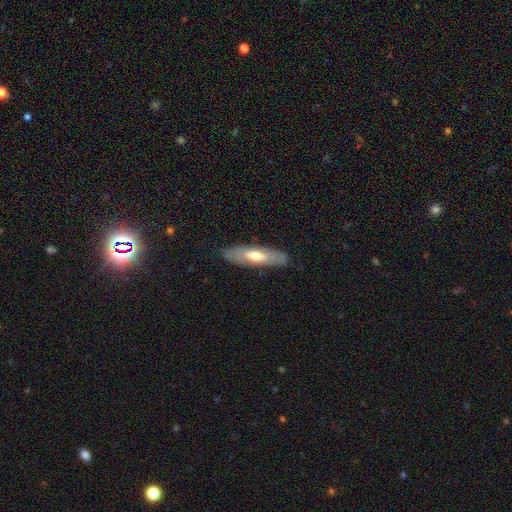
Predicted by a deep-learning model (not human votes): smooth 52%, featured or disk 42%, star or artifact 6%. Down the decision tree: how rounded — cigar-shaped (62%); merging — none (84%).